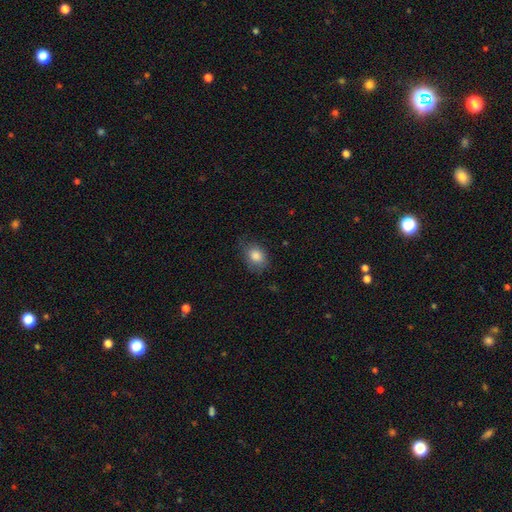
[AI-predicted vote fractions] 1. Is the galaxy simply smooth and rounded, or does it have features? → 85% smooth, 8% star or artifact, 7% featured or disk.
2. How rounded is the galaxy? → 67% in between, 31% round, 1% cigar-shaped.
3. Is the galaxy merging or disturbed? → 66% none, 26% minor disturbance, 7% major disturbance, 1% merger.